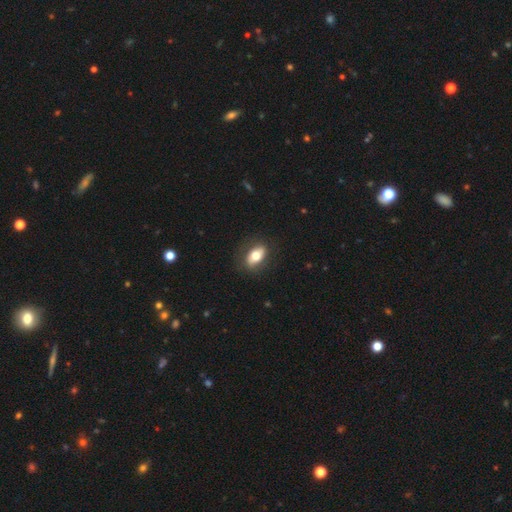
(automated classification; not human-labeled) This is likely a smooth galaxy (68%). How rounded: clearly in between (87%). Merging: clearly none (82%).